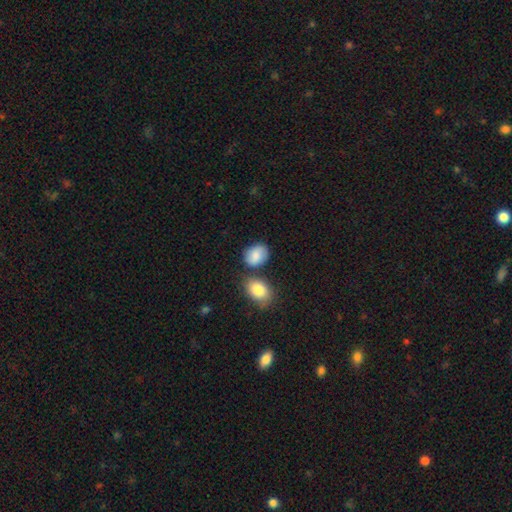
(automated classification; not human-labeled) Q: Smooth or featured?
A: smooth (82%); runner-up: featured or disk (11%)
Q: How rounded?
A: in between (62%); runner-up: round (36%)
Q: Merging?
A: none (62%); runner-up: minor disturbance (19%)